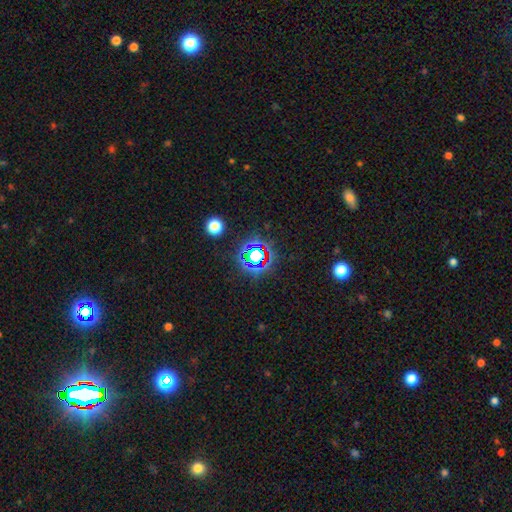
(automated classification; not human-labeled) This is likely a star or artifact rather than a galaxy (70%).